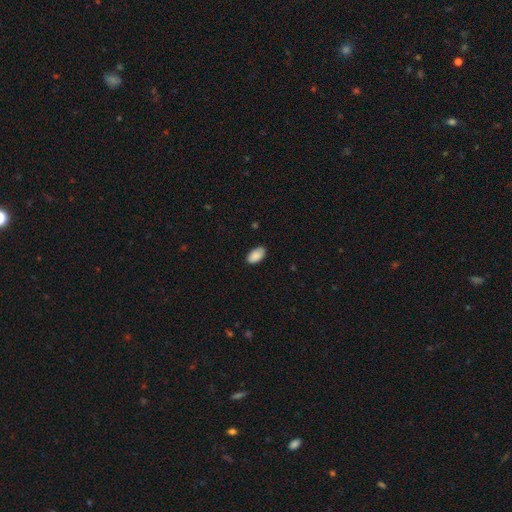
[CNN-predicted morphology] The model was most divided on "merging": none: 83%, minor disturbance: 14%, major disturbance: 2%, merger: 1%. More confident: how rounded — in between (95%); smooth or featured — smooth (88%).